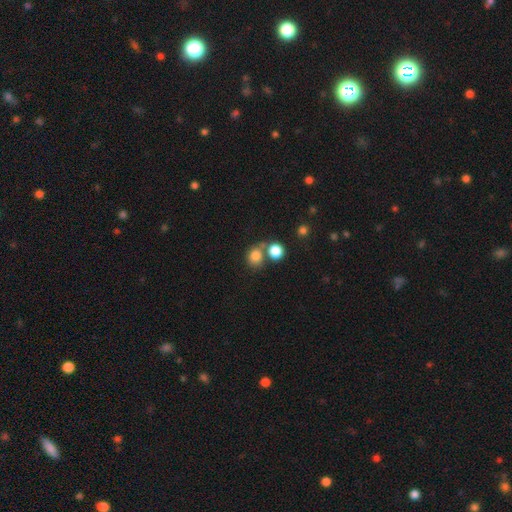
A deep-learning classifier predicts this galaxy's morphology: Smooth or featured? smooth (80%)
How rounded? round (76%)
Merging? none (52%)